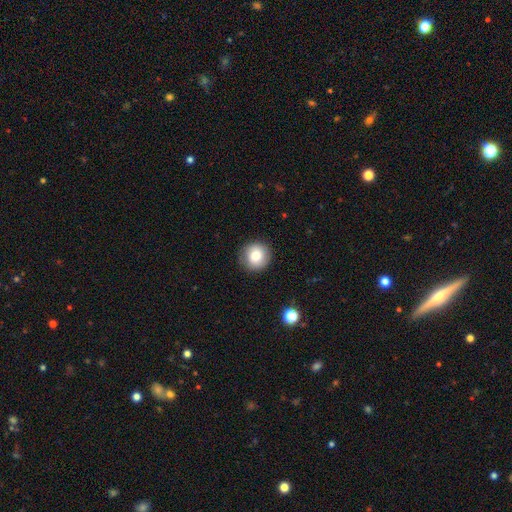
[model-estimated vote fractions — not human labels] smooth 79%, featured or disk 12%, star or artifact 9%. Down the decision tree: how rounded — round (92%); merging — none (87%).